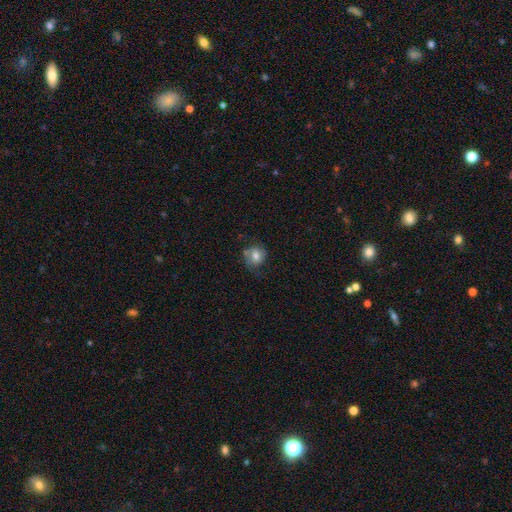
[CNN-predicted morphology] Smooth or featured? smooth (65%)
How rounded? round (75%)
Merging? none (57%)